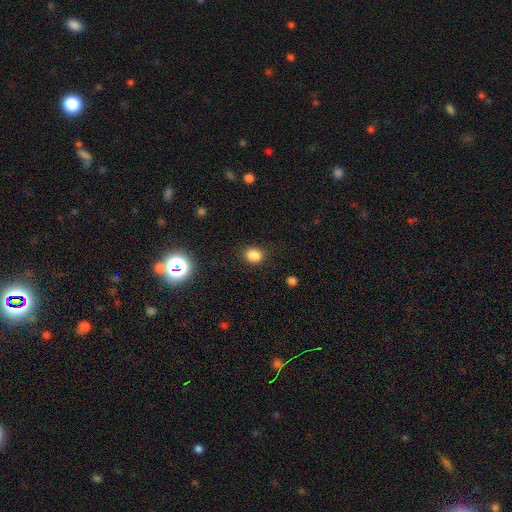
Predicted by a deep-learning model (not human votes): Morphology: type=smooth (83%); roundness=in between (50%); merging=none (83%).